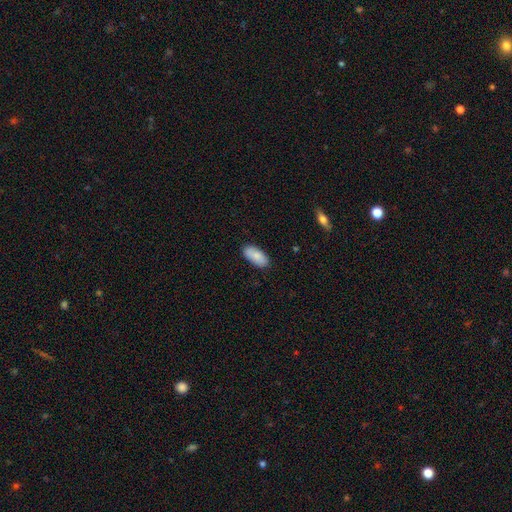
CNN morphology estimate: Smooth or featured? Predicted: smooth (p=0.84). How rounded? Predicted: in between (p=0.91). Merging? Predicted: none (p=0.84).